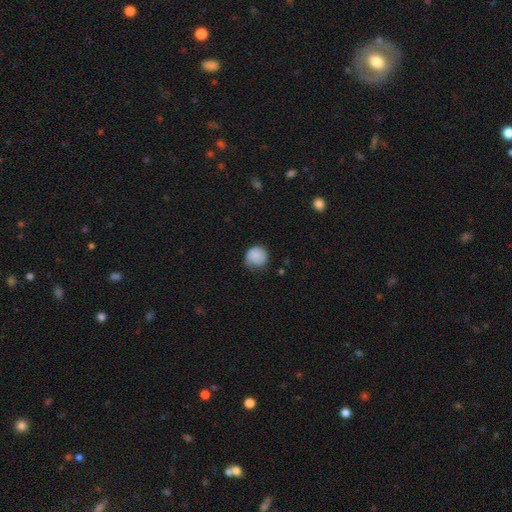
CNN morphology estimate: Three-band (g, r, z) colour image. It shows a smooth galaxy with no disk features (83%) that is round (87%). Merging: none (60%).